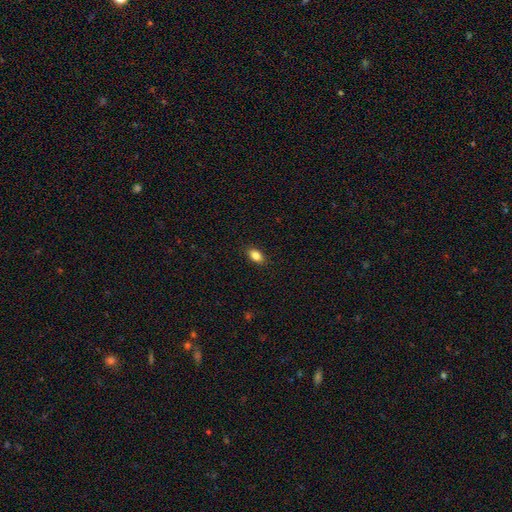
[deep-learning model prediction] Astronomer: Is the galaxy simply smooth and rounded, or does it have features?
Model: smooth — 86%.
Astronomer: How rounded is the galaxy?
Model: in between — 87%.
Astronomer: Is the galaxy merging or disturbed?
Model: none — 89%.